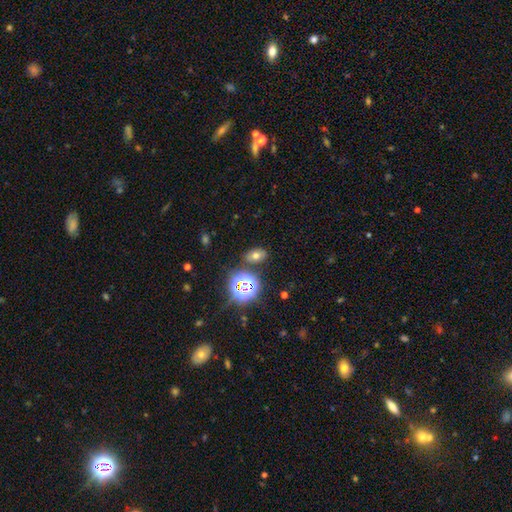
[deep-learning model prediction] The model was most divided on "smooth or featured": smooth: 61%, star or artifact: 27%, featured or disk: 12%. More confident: merging — none (82%); how rounded — in between (79%).